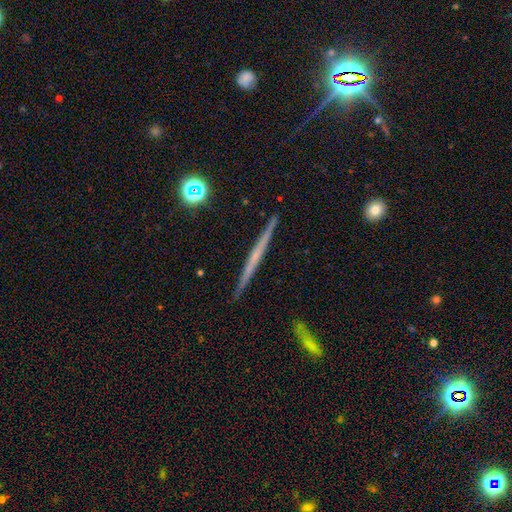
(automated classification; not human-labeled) Smooth or featured? Predicted: featured or disk (p=0.62). Edge-on disk? Predicted: yes (p=0.98). Edge-on bulge? Predicted: none (p=0.82). Merging? Predicted: none (p=0.91).